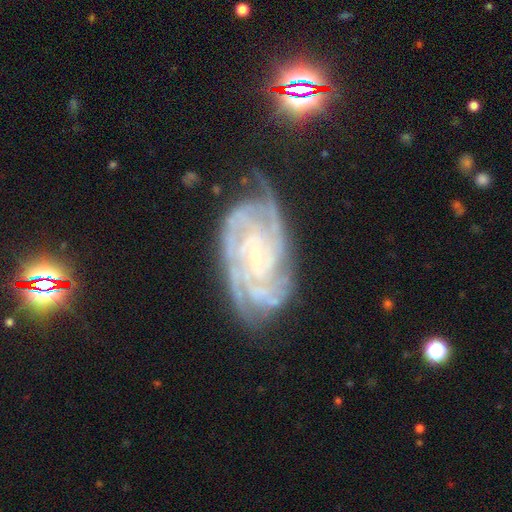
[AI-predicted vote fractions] smooth_or_featured: featured or disk (p=0.88) [alt: star or artifact p=0.07]
disk_edge_on: no (p=0.96) [alt: yes p=0.04]
bar: no (p=0.50) [alt: weak p=0.36]
has_spiral_arms: yes (p=0.97) [alt: no p=0.03]
spiral_winding: tight (p=0.72) [alt: medium p=0.24]
spiral_arm_count: 4 (p=0.27) [alt: can't tell p=0.23]
bulge_size: small (p=0.81) [alt: moderate p=0.12]
merging: none (p=0.67) [alt: minor disturbance p=0.22]